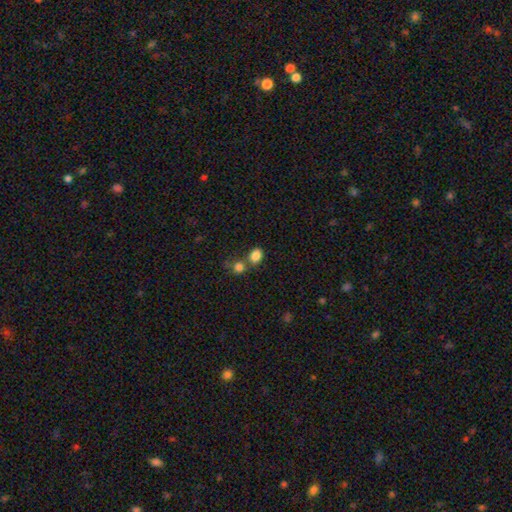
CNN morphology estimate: smooth 84%, star or artifact 10%, featured or disk 6%. Down the decision tree: how rounded — in between (55%); merging — none (54%).